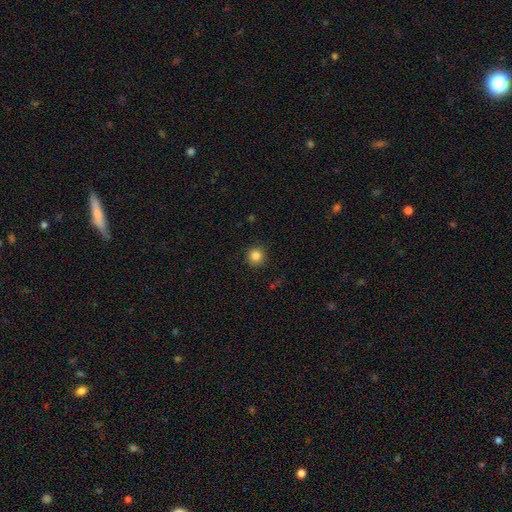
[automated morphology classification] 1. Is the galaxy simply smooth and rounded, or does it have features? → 85% smooth, 11% star or artifact, 4% featured or disk.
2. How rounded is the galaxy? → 94% round, 5% in between, 1% cigar-shaped.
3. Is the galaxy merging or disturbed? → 91% none, 6% minor disturbance, 2% major disturbance, 1% merger.